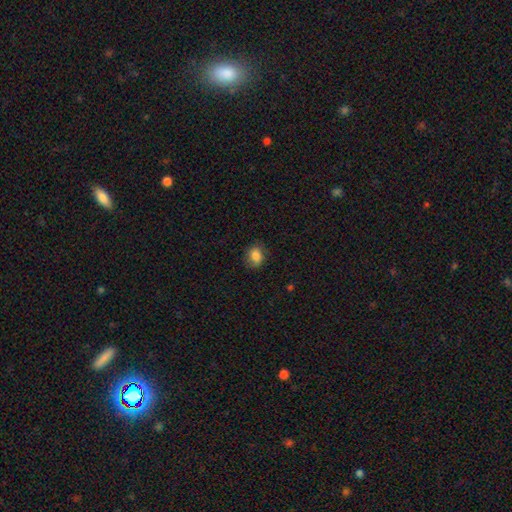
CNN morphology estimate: smooth_or_featured: smooth (p=0.83) [alt: star or artifact p=0.09]
how_rounded: in between (p=0.50) [alt: round p=0.49]
merging: none (p=0.80) [alt: minor disturbance p=0.15]